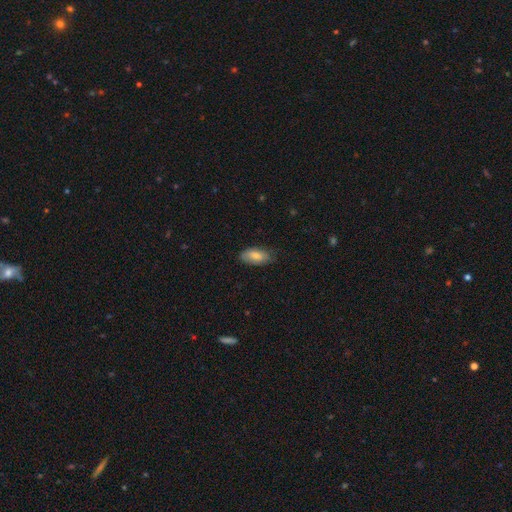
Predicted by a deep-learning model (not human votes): Overall: smooth (78%). How rounded: in between (91%). Merging: none (74%).